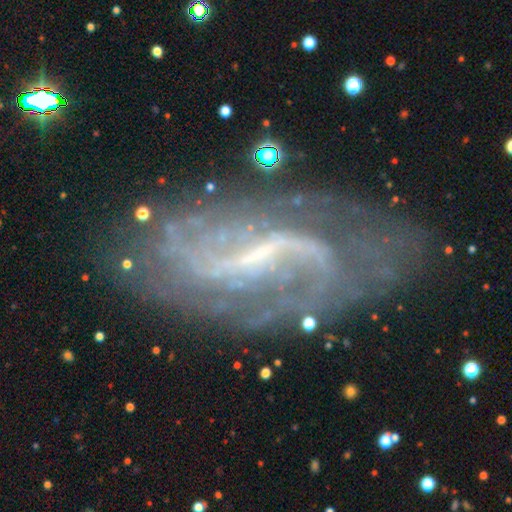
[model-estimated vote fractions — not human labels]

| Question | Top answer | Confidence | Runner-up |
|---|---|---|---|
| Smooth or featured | featured or disk | 85% | star or artifact (8%) |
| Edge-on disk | no | 95% | yes (5%) |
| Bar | strong | 44% | weak (41%) |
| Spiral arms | yes | 92% | no (8%) |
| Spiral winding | loose | 46% | medium (35%) |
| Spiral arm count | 2 | 62% | can't tell (19%) |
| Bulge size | small | 56% | none (32%) |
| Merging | none | 68% | minor disturbance (18%) |